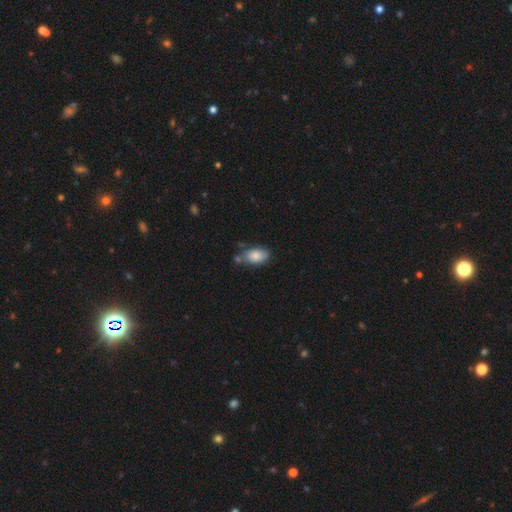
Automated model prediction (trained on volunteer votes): A smooth galaxy with no disk features (83%) that is in between round and cigar-shaped (92%).

Vote fractions:
- Smooth or featured? smooth: 83% / featured or disk: 10% / star or artifact: 7%
- How rounded? in between: 92% / round: 6% / cigar-shaped: 3%
- Merging? none: 57% / minor disturbance: 23% / merger: 15% / major disturbance: 6%